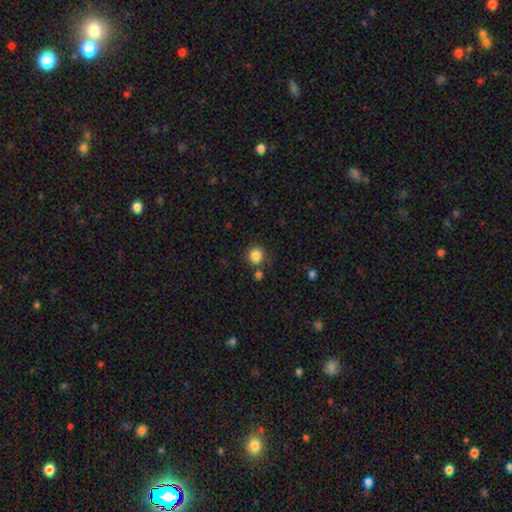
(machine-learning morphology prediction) Smooth or featured? Predicted: smooth (p=0.85). How rounded? Predicted: round (p=0.91). Merging? Predicted: none (p=0.79).